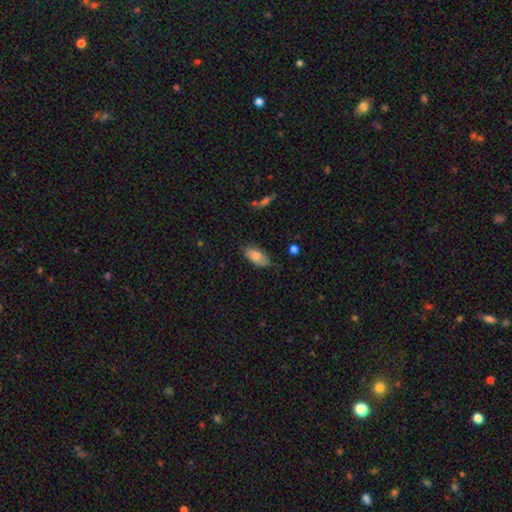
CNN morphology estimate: type=smooth (73%); roundness=in between (91%); merging=none (68%).